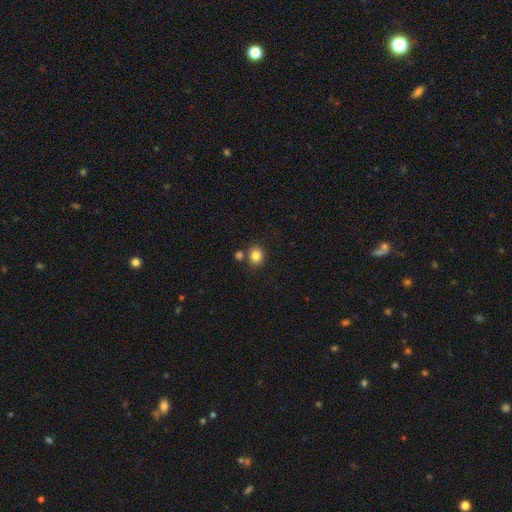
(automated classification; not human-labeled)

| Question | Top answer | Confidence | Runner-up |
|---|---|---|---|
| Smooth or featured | smooth | 84% | star or artifact (11%) |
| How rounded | round | 70% | in between (29%) |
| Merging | none | 75% | merger (13%) |